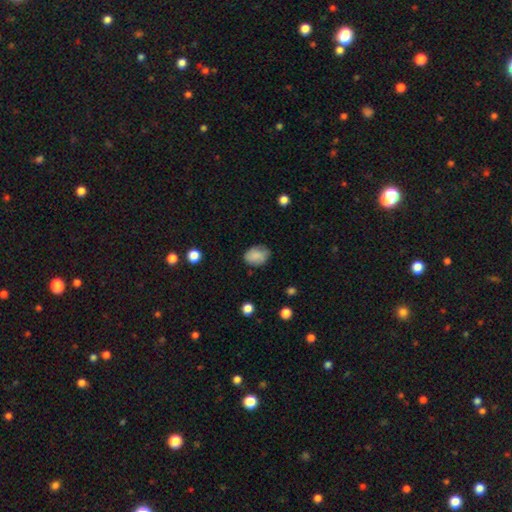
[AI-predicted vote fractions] Overall: smooth (84%). How rounded: in between (73%). Merging: none (70%).